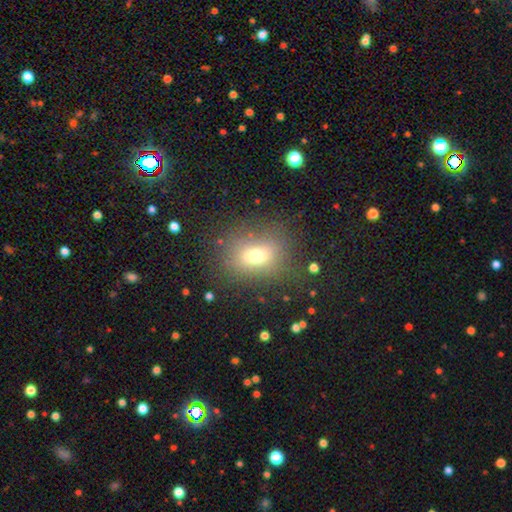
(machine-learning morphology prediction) smooth 67%, star or artifact 17%, featured or disk 16%. Down the decision tree: how rounded — in between (51%); merging — none (74%).